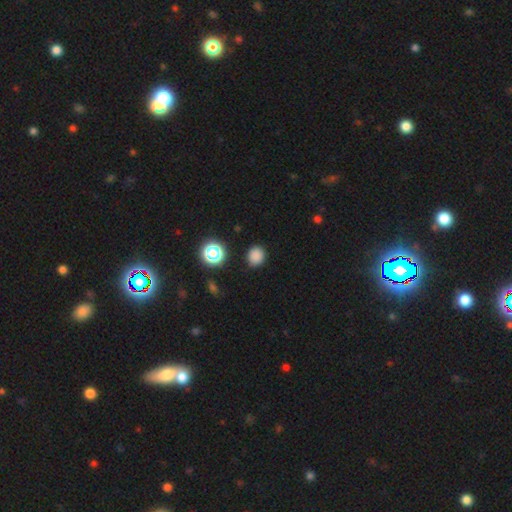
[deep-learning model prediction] Q: Smooth or featured?
A: smooth (82%); runner-up: star or artifact (15%)
Q: How rounded?
A: round (76%); runner-up: in between (23%)
Q: Merging?
A: none (87%); runner-up: minor disturbance (9%)